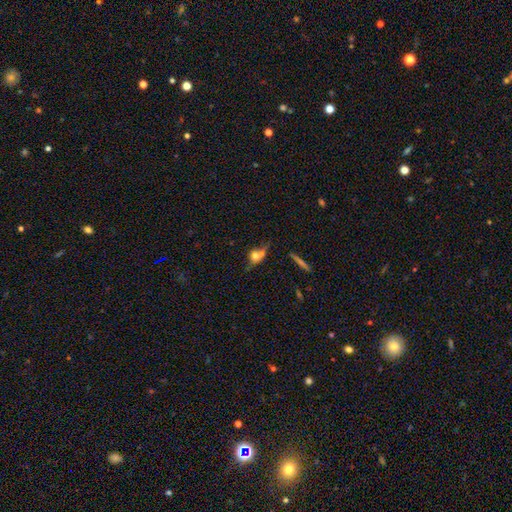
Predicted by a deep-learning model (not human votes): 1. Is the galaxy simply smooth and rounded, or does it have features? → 65% smooth, 22% featured or disk, 13% star or artifact.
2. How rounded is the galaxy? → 58% round, 35% in between, 7% cigar-shaped.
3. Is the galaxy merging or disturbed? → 40% none, 34% merger, 15% minor disturbance, 11% major disturbance.